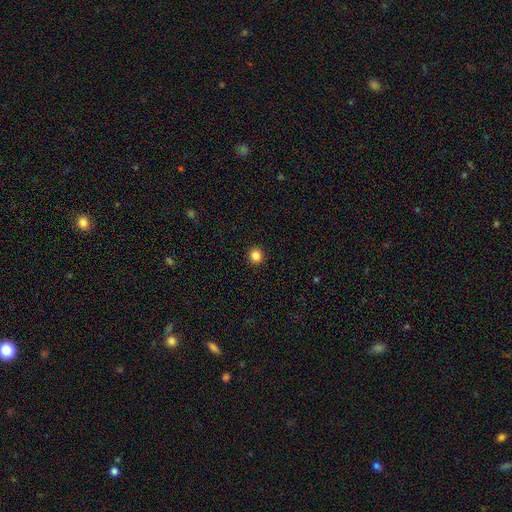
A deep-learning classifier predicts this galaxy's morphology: Smooth or featured? Predicted: smooth (p=0.85). How rounded? Predicted: round (p=0.93). Merging? Predicted: none (p=0.93).